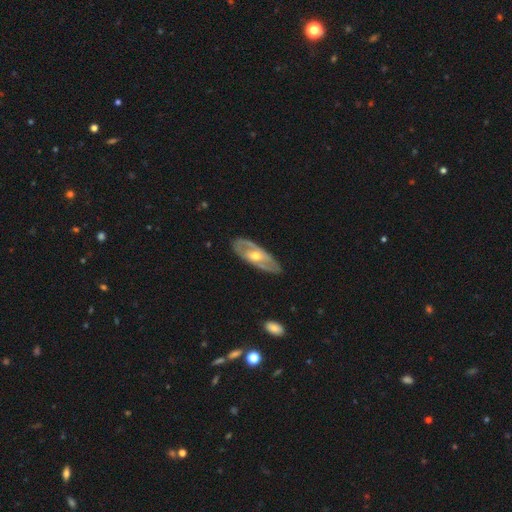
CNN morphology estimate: The model was most divided on "spiral arms": yes: 56%, no: 44%. More confident: merging — none (82%); edge-on disk — no (82%); smooth or featured — featured or disk (74%); bulge size — moderate (69%); bar — no (52%).